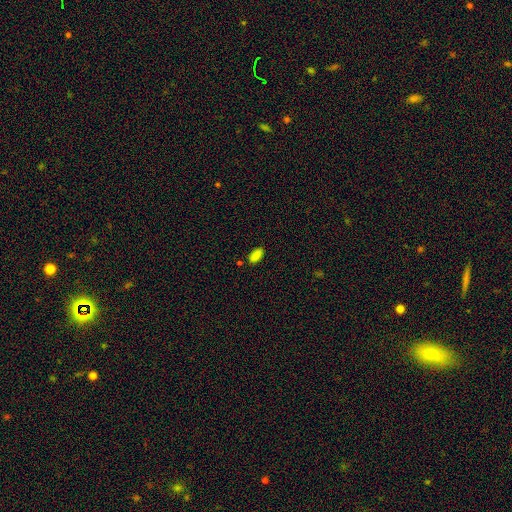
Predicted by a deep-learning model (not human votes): smooth 85%, star or artifact 12%, featured or disk 4%. Down the decision tree: how rounded — in between (92%); merging — none (81%).